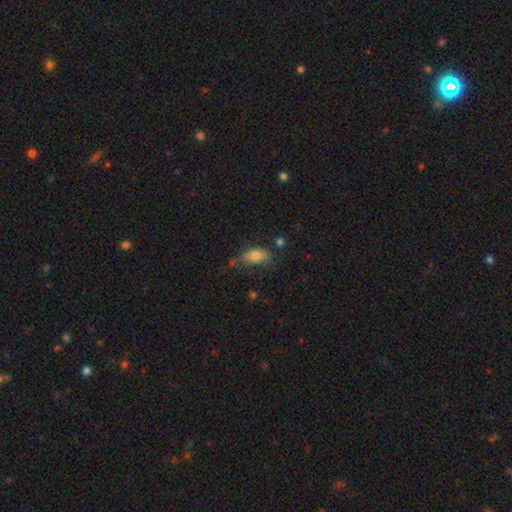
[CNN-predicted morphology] smooth-or-featured: smooth: 72% | featured or disk: 18% | star or artifact: 9%
  how-rounded: in between: 87% | round: 8% | cigar-shaped: 4%
  merging: none: 48% | minor disturbance: 32% | major disturbance: 13% | merger: 7%